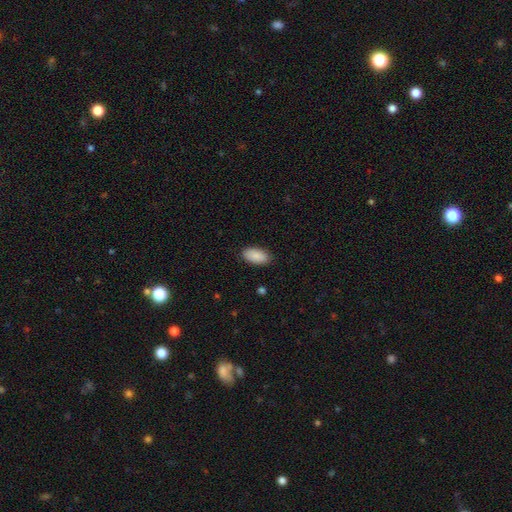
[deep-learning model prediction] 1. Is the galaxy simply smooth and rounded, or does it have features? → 89% smooth, 6% star or artifact, 5% featured or disk.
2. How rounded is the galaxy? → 95% in between, 3% cigar-shaped, 3% round.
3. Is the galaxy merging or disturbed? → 88% none, 9% minor disturbance, 2% major disturbance, 1% merger.